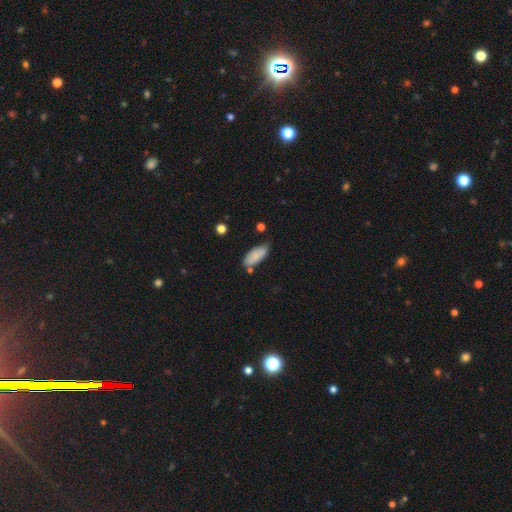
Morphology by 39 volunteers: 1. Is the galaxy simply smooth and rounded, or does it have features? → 87% smooth, 13% featured or disk, 0% star or artifact.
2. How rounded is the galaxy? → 82% in between, 18% cigar-shaped, 0% round.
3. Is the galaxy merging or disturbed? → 64% none, 31% minor disturbance, 3% major disturbance, 3% merger.